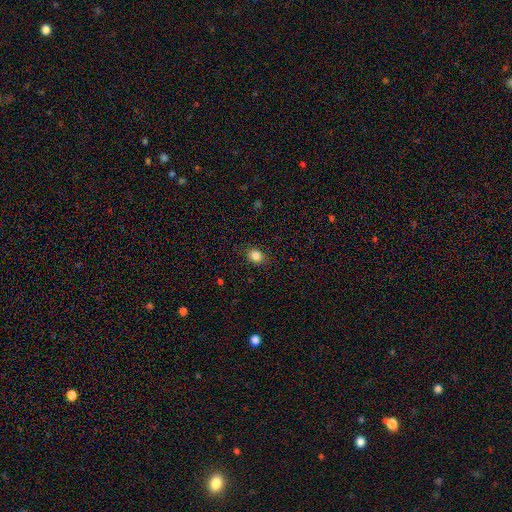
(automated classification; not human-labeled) smooth-or-featured: smooth: 85% | star or artifact: 11% | featured or disk: 4%
  how-rounded: in between: 54% | round: 45% | cigar-shaped: 1%
  merging: none: 85% | minor disturbance: 11% | major disturbance: 3% | merger: 1%